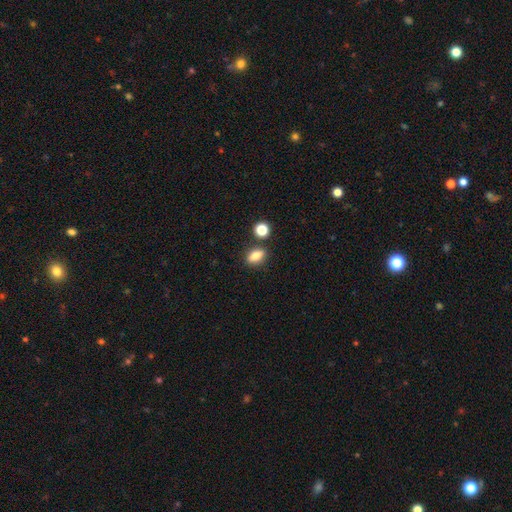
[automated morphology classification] Smooth or featured? Predicted: smooth (p=0.81). How rounded? Predicted: in between (p=0.74). Merging? Predicted: none (p=0.80).